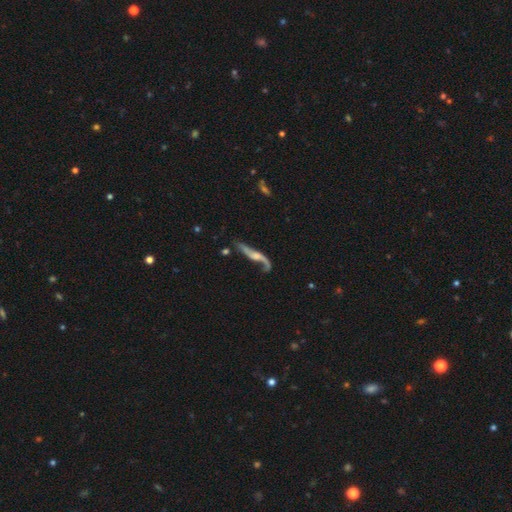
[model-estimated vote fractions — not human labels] The model was most divided on "bulge size": moderate: 36%, small: 34%, none: 19%, large: 8%, dominant: 2%. More confident: spiral arms — yes (90%); smooth or featured — featured or disk (79%); edge-on disk — no (64%); bar — no (59%); merging — none (51%).